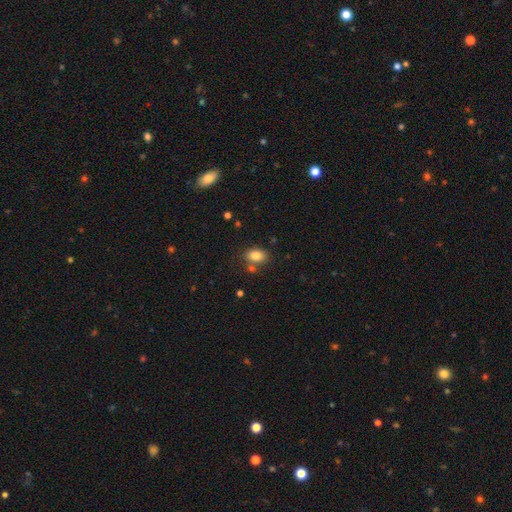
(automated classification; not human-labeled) Overall: smooth (84%). How rounded: in between (80%). Merging: none (74%).